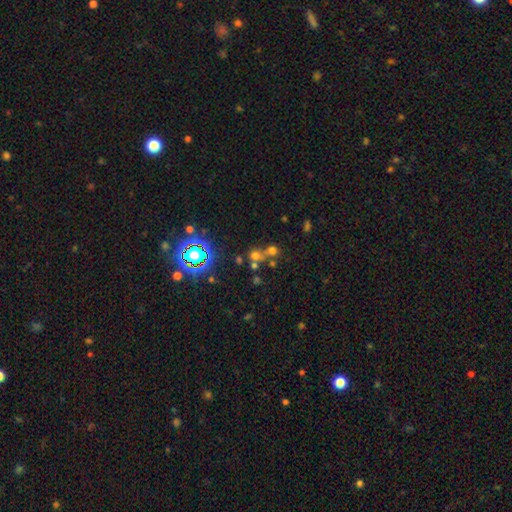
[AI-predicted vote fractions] Overall: smooth (50%; star or artifact 36%). How rounded: round (79%). Merging: merger (47%; none 41%).